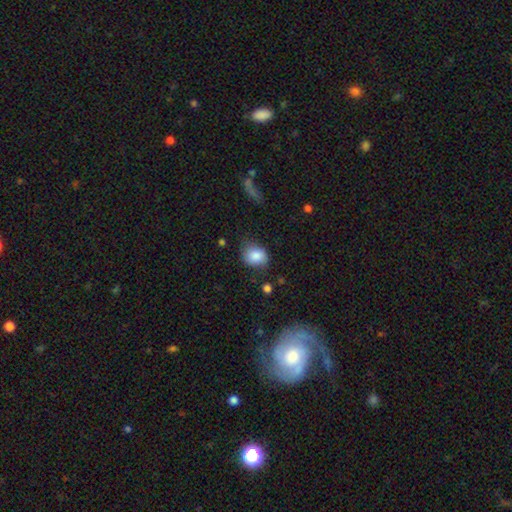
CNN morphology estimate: smooth-or-featured: smooth: 84% | star or artifact: 8% | featured or disk: 8%
  how-rounded: round: 51% | in between: 48% | cigar-shaped: 1%
  merging: none: 63% | minor disturbance: 27% | major disturbance: 7% | merger: 2%